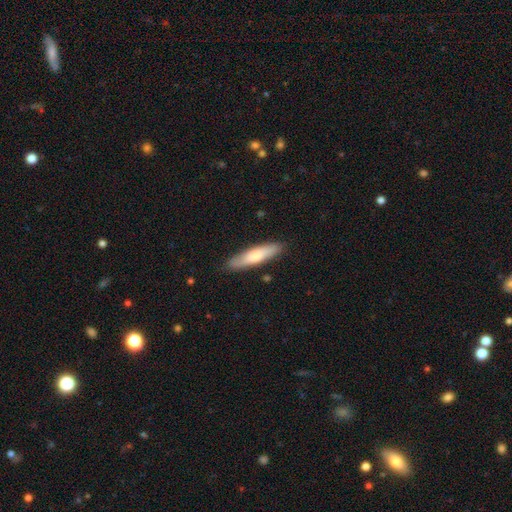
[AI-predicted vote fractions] A smooth galaxy with no disk features (67%) that is cigar-shaped (77%).

Vote fractions:
- Smooth or featured? smooth: 67% / featured or disk: 28% / star or artifact: 5%
- How rounded? cigar-shaped: 77% / in between: 21% / round: 2%
- Merging? none: 86% / minor disturbance: 11% / major disturbance: 2% / merger: 1%